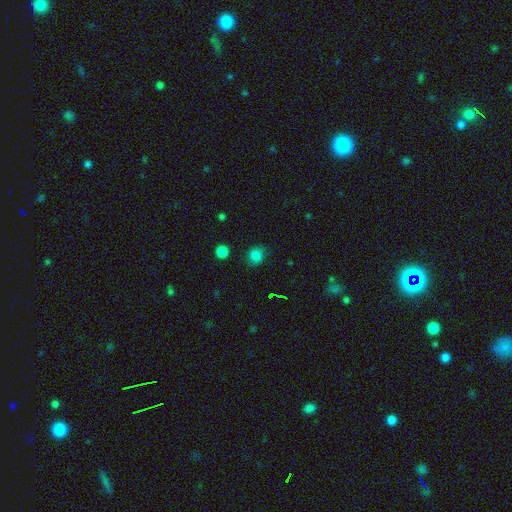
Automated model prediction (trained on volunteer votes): A smooth galaxy with no disk features (81%) that is round (81%).

Vote fractions:
- Smooth or featured? smooth: 81% / star or artifact: 14% / featured or disk: 5%
- How rounded? round: 81% / in between: 18% / cigar-shaped: 1%
- Merging? none: 83% / minor disturbance: 12% / major disturbance: 4% / merger: 2%